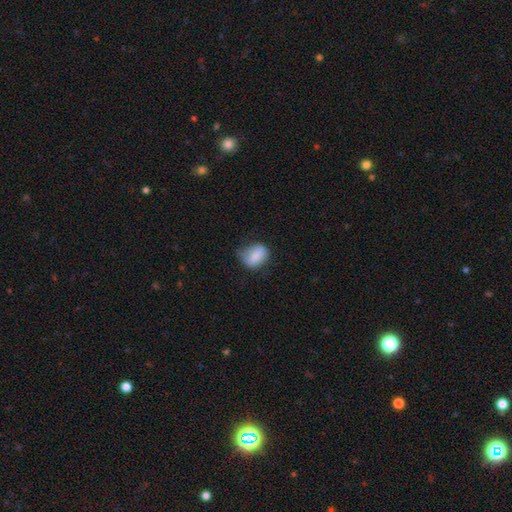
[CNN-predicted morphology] smooth-or-featured: smooth: 76% | featured or disk: 16% | star or artifact: 8%
  how-rounded: in between: 67% | round: 31% | cigar-shaped: 2%
  merging: none: 53% | minor disturbance: 33% | major disturbance: 12% | merger: 2%